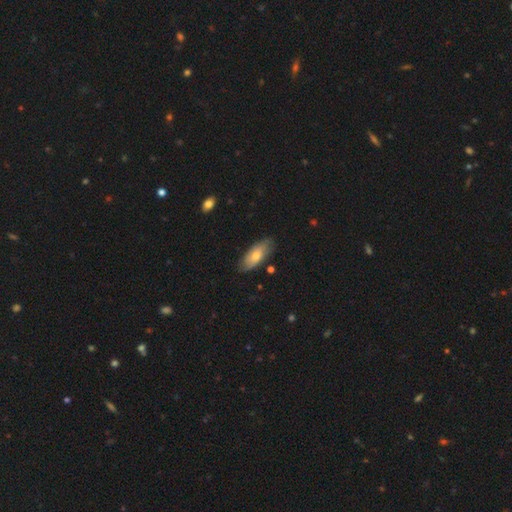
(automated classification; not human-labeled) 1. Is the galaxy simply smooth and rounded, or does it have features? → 66% smooth, 28% featured or disk, 6% star or artifact.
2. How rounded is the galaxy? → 84% in between, 13% cigar-shaped, 2% round.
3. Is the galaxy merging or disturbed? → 79% none, 17% minor disturbance, 3% major disturbance, 2% merger.